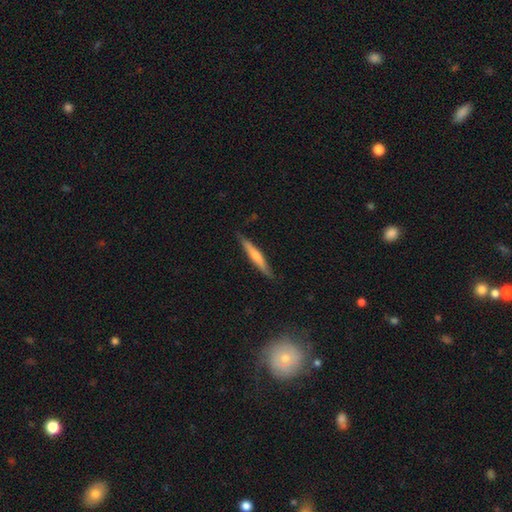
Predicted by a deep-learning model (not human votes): Overall: smooth (54%; featured or disk 40%). How rounded: cigar-shaped (94%). Merging: none (85%).